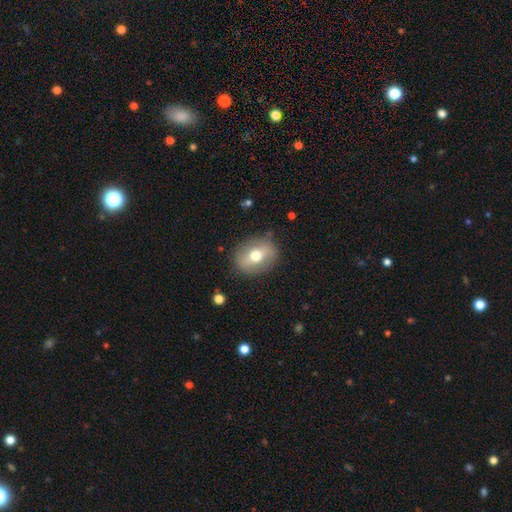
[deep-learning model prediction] Smooth or featured? Predicted: smooth (p=0.60). How rounded? Predicted: in between (p=0.56). Merging? Predicted: none (p=0.84).